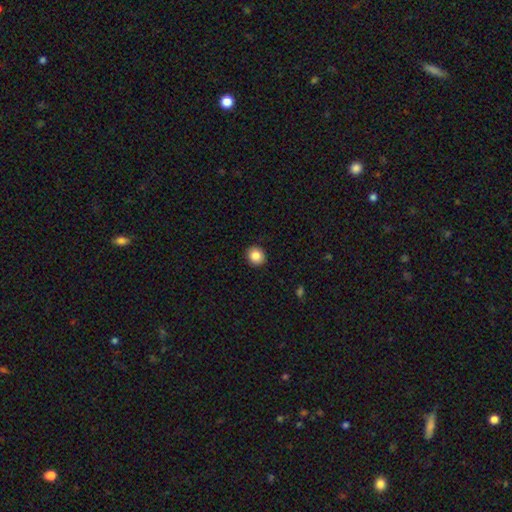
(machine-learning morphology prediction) This appears to be a smooth galaxy with no disk features (86%) that is round (81%). Merging: none (92%).